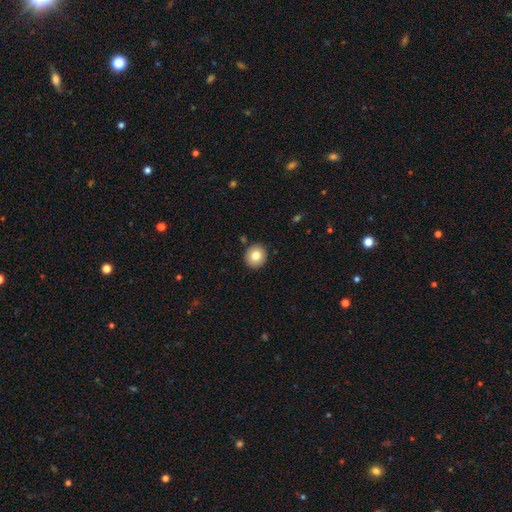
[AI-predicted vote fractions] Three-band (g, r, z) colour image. It shows a smooth galaxy with no disk features (80%) that is round (90%). Merging: none (91%).